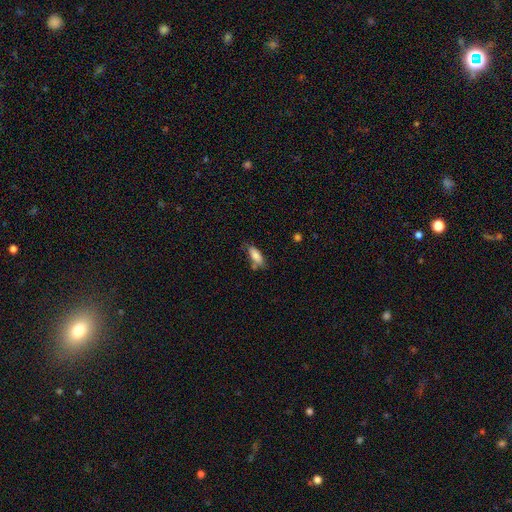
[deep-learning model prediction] Morphology: type=smooth (82%); roundness=in between (75%); merging=none (57%).